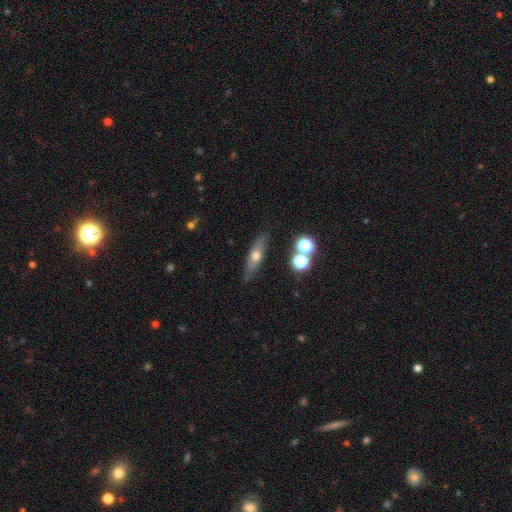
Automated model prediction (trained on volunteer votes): Q: Smooth or featured?
A: featured or disk (45%); runner-up: smooth (44%)
Q: Merging?
A: none (83%); runner-up: minor disturbance (11%)